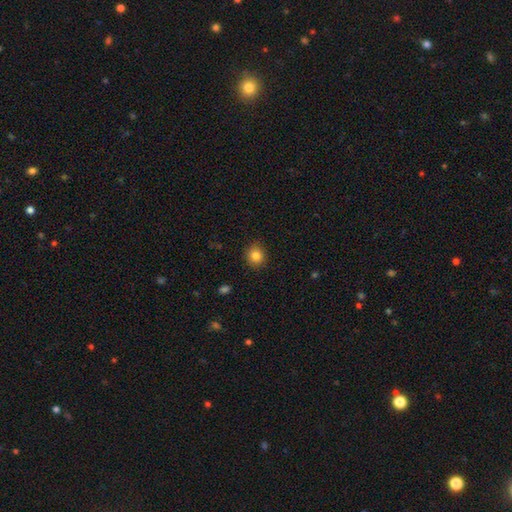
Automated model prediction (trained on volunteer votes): Smooth or featured? smooth (83%)
How rounded? round (81%)
Merging? none (89%)